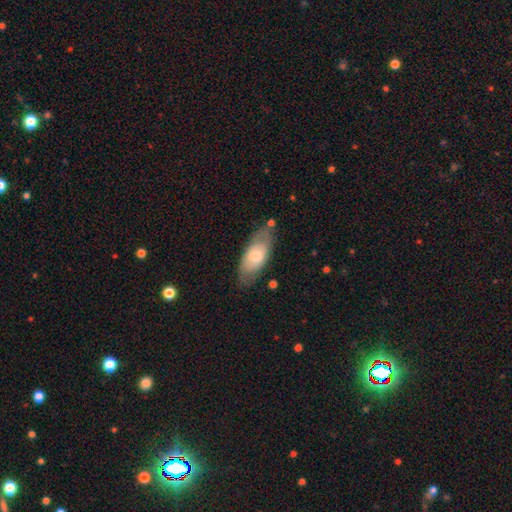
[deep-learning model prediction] smooth-or-featured: smooth: 60% | featured or disk: 34% | star or artifact: 6%
  how-rounded: in between: 84% | cigar-shaped: 13% | round: 3%
  merging: none: 72% | minor disturbance: 19% | major disturbance: 5% | merger: 4%